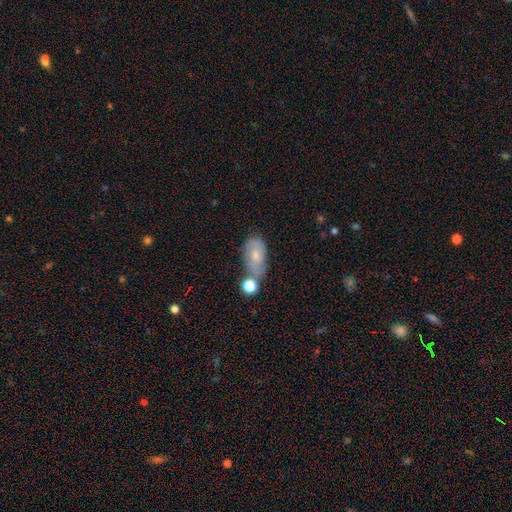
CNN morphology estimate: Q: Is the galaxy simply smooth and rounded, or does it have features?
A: smooth — 51%.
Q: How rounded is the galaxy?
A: in between — 85%.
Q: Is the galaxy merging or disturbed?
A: none — 47%.